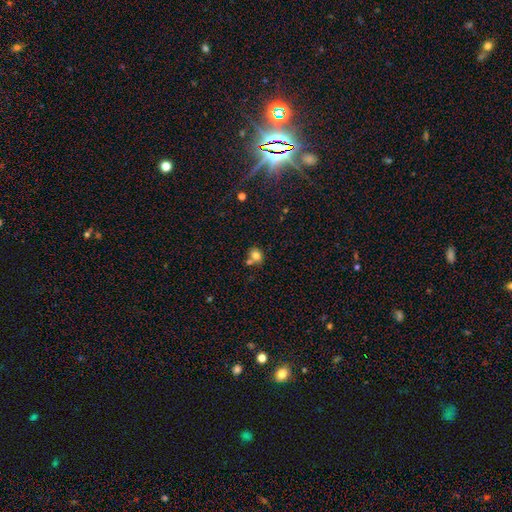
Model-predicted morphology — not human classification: This appears to be a smooth galaxy with no disk features (79%) that is round (50%). Merging: none (52%).